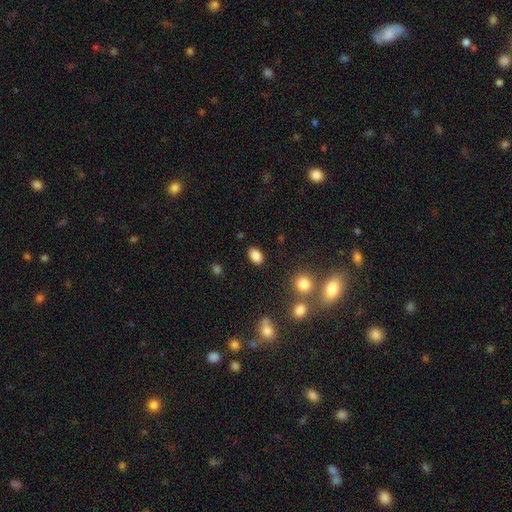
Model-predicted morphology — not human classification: type=smooth (86%); roundness=in between (87%); merging=none (86%).